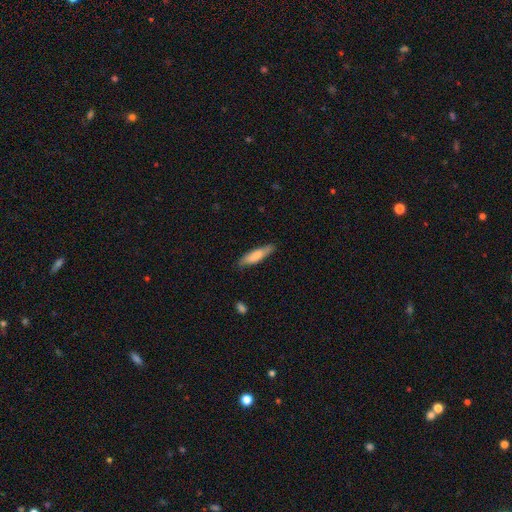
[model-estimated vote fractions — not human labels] Q: Smooth or featured?
A: smooth (79%); runner-up: featured or disk (16%)
Q: How rounded?
A: cigar-shaped (69%); runner-up: in between (29%)
Q: Merging?
A: none (78%); runner-up: minor disturbance (18%)